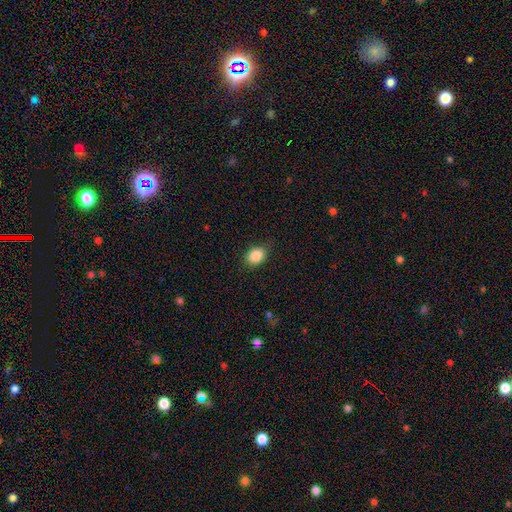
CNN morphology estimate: Smooth or featured?
  - smooth: 86% *
  - star or artifact: 9%
  - featured or disk: 5%
How rounded?
  - in between: 60% *
  - round: 39%
  - cigar-shaped: 1%
Merging?
  - none: 81% *
  - minor disturbance: 15%
  - major disturbance: 3%
  - merger: 1%